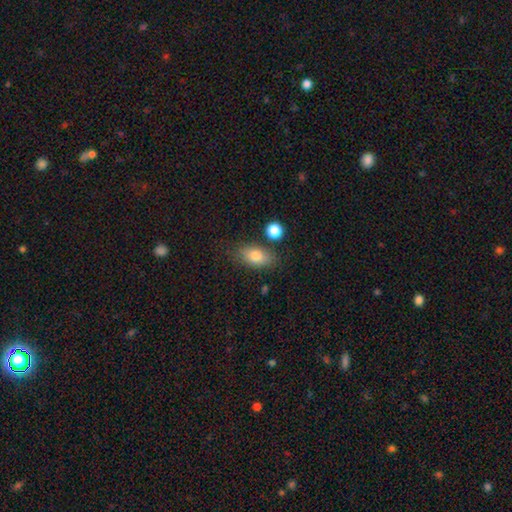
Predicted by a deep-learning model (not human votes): This appears to be a smooth galaxy with no disk features (79%) that is in between round and cigar-shaped (87%). Merging: none (75%).